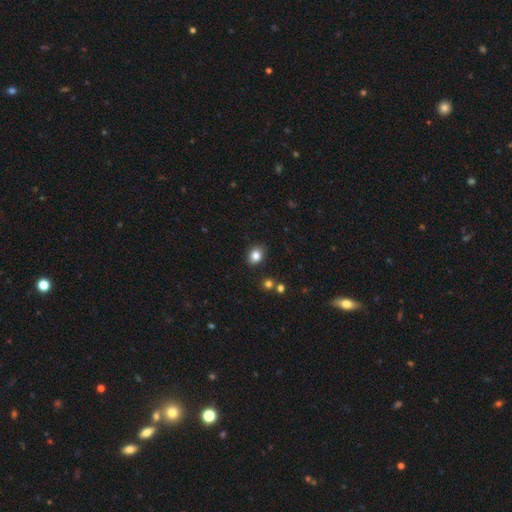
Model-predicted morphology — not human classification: Q: Smooth or featured?
A: smooth (84%); runner-up: star or artifact (10%)
Q: How rounded?
A: in between (56%); runner-up: round (43%)
Q: Merging?
A: none (87%); runner-up: minor disturbance (9%)